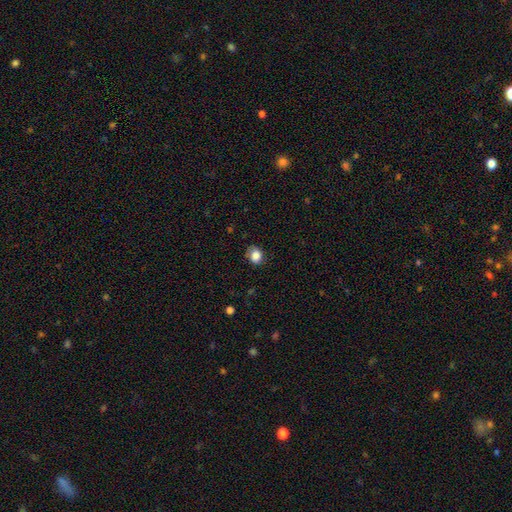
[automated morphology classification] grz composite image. It shows a smooth galaxy with no disk features (85%) that is round (58%). Merging: none (72%).